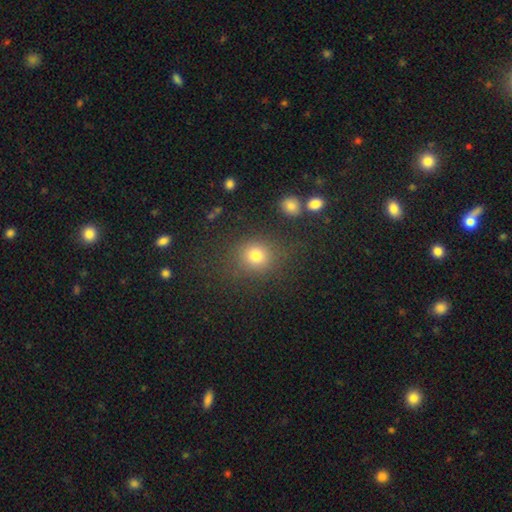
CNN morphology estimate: smooth_or_featured: smooth (p=0.77) [alt: star or artifact p=0.15]
how_rounded: round (p=0.82) [alt: in between p=0.17]
merging: none (p=0.79) [alt: minor disturbance p=0.11]